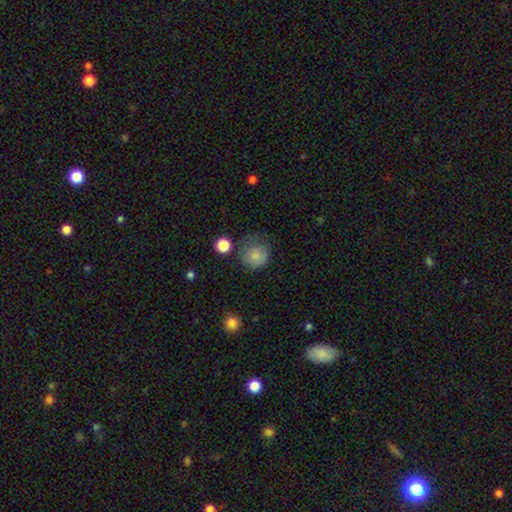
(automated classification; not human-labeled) Smooth or featured? Predicted: smooth (p=0.79). How rounded? Predicted: round (p=0.85). Merging? Predicted: none (p=0.57).